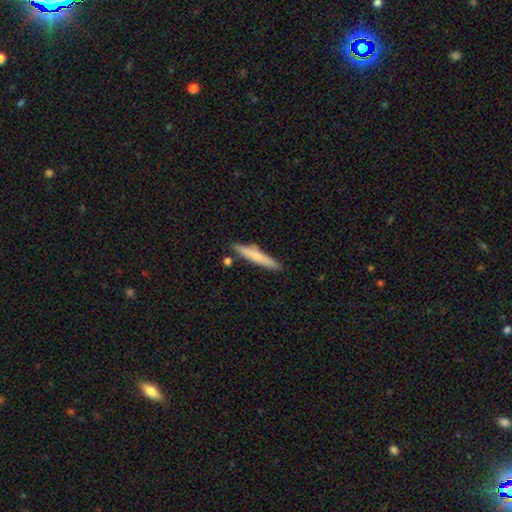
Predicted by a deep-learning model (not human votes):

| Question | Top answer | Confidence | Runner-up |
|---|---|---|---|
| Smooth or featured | smooth | 67% | featured or disk (27%) |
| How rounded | cigar-shaped | 92% | in between (6%) |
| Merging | none | 82% | minor disturbance (11%) |